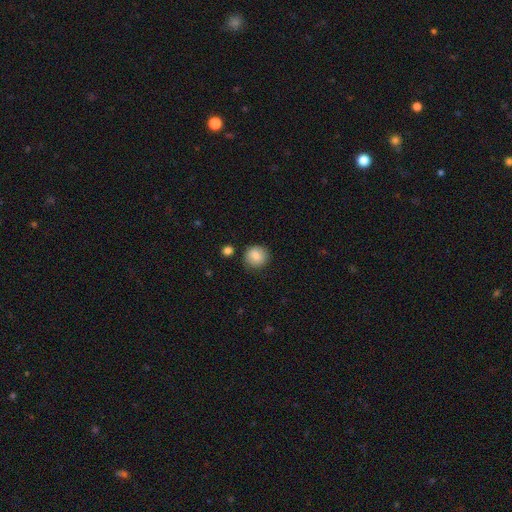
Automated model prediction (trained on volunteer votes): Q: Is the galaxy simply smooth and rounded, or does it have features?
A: smooth — 85%.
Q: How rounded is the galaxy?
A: round — 89%.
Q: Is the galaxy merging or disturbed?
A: none — 85%.